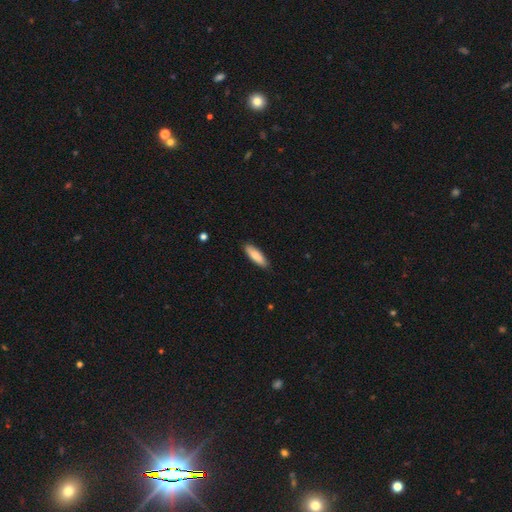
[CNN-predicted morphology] This appears to be a smooth galaxy with no disk features (84%) that is cigar-shaped (52%). Merging: none (88%).